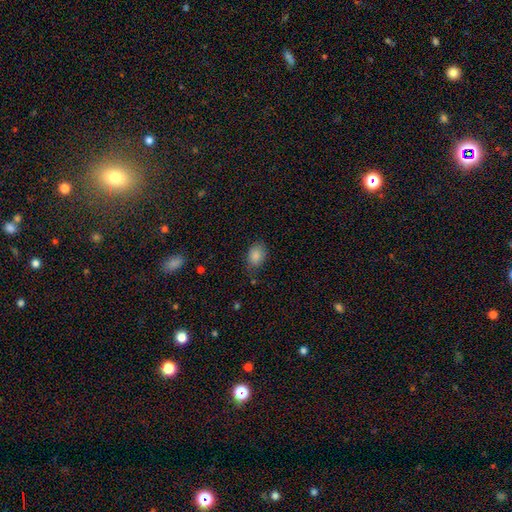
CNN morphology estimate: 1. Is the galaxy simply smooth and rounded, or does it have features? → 86% smooth, 8% star or artifact, 5% featured or disk.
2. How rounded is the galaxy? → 72% in between, 27% round, 1% cigar-shaped.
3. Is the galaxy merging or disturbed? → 70% none, 22% minor disturbance, 5% major disturbance, 2% merger.